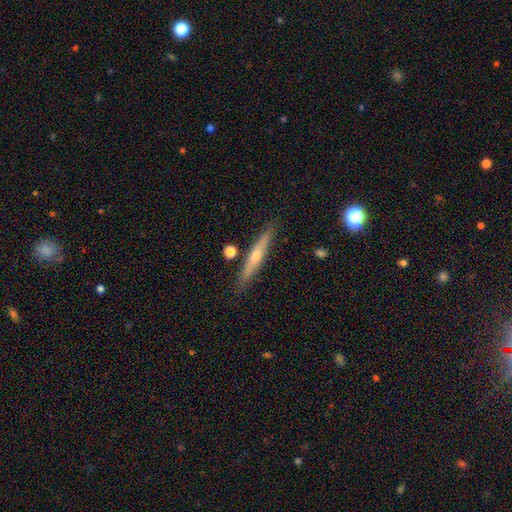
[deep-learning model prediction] Smooth or featured: featured or disk — 61% (smooth — 32%)
Edge-on disk: yes — 96% (no — 4%)
Edge-on bulge: rounded — 81% (none — 16%)
Merging: none — 87% (minor disturbance — 8%)